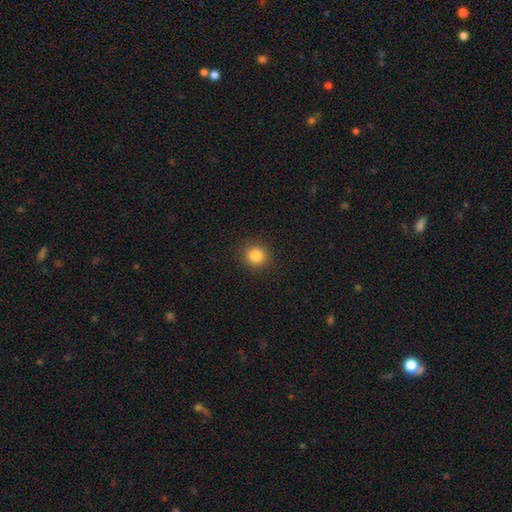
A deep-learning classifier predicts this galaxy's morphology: smooth_or_featured: smooth (p=0.85) [alt: star or artifact p=0.11]
how_rounded: round (p=0.88) [alt: in between p=0.11]
merging: none (p=0.91) [alt: minor disturbance p=0.06]